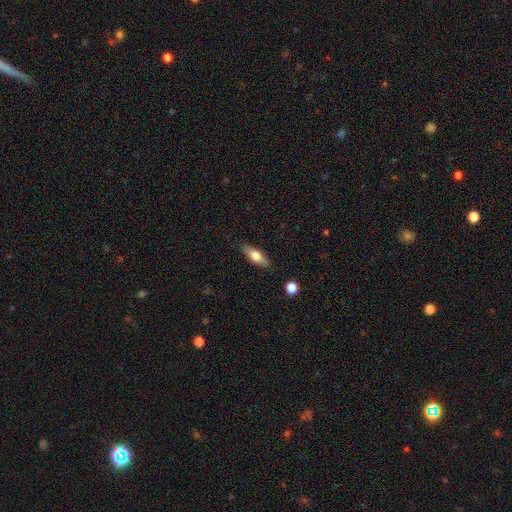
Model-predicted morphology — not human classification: This appears to be a smooth galaxy with no disk features (62%) that is in between round and cigar-shaped (57%). Merging: none (86%).